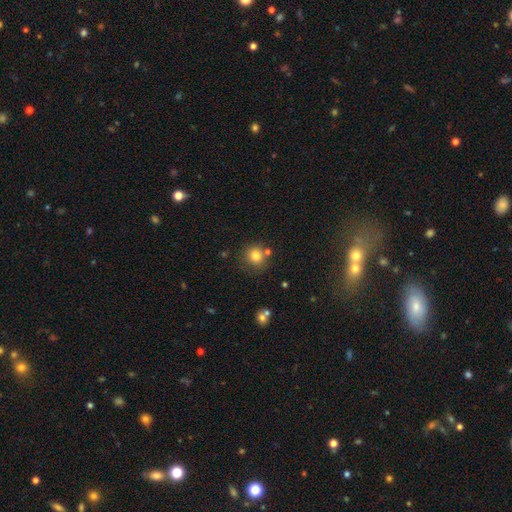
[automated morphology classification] The model was most divided on "merging": none: 74%, merger: 11%, minor disturbance: 11%, major disturbance: 4%. More confident: how rounded — round (90%); smooth or featured — smooth (81%).